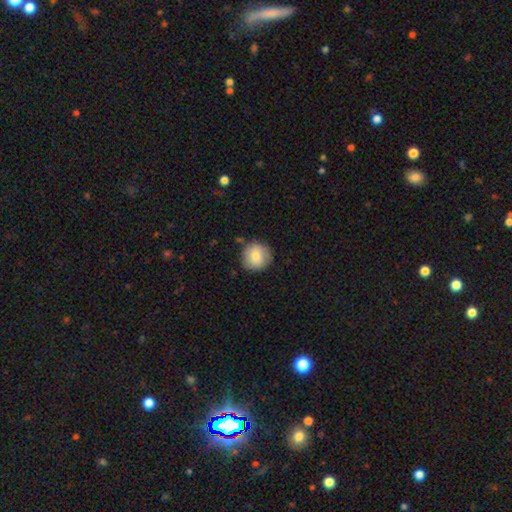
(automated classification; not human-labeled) smooth_or_featured: smooth (p=0.79) [alt: featured or disk p=0.14]
how_rounded: round (p=0.92) [alt: in between p=0.07]
merging: none (p=0.84) [alt: minor disturbance p=0.11]